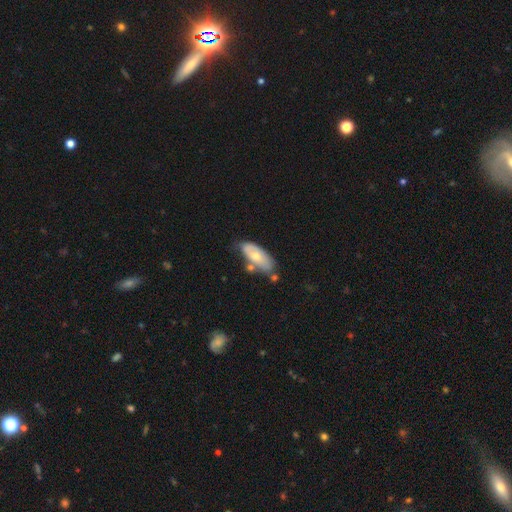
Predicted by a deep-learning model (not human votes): The model was most divided on "smooth or featured": smooth: 56%, featured or disk: 38%, star or artifact: 6%. More confident: how rounded — in between (84%); merging — none (52%).